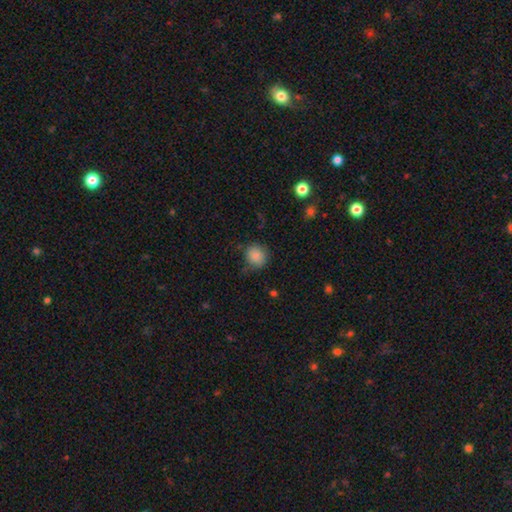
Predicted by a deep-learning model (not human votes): smooth 86%, star or artifact 9%, featured or disk 4%. Down the decision tree: how rounded — round (81%); merging — none (75%).